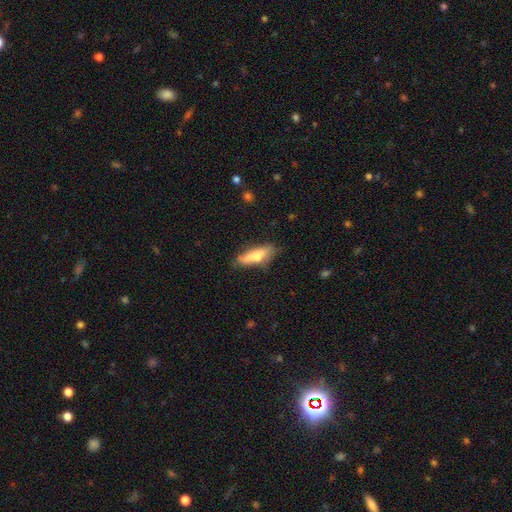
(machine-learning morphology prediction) This appears to be a smooth galaxy with no disk features (70%) that is cigar-shaped (54%). Merging: none (57%).